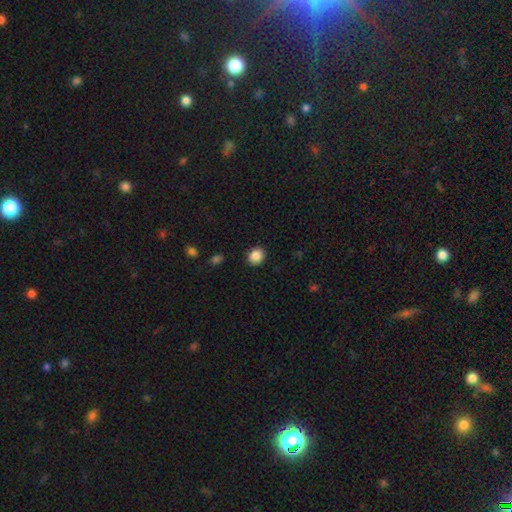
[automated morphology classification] The model was most divided on "how rounded": round: 69%, in between: 30%, cigar-shaped: 1%. More confident: merging — none (90%); smooth or featured — smooth (88%).